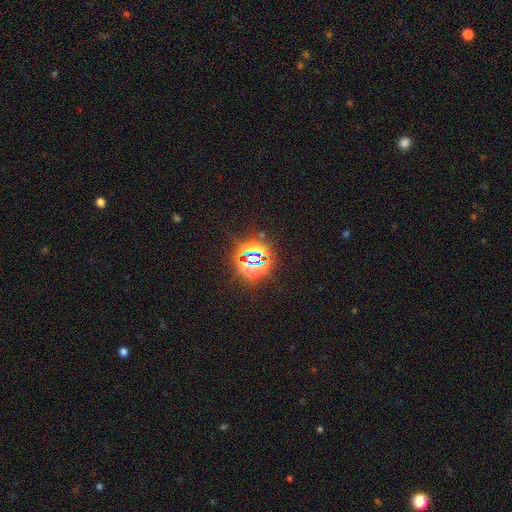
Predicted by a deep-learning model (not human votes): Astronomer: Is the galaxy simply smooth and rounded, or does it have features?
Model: star or artifact — 79%.